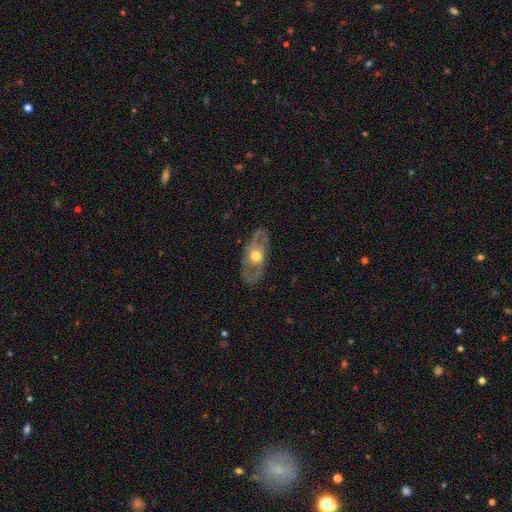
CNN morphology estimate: Smooth or featured: featured or disk — 65% (smooth — 29%)
Edge-on disk: no — 81% (yes — 19%)
Bar: no — 79% (weak — 17%)
Spiral arms: no — 54% (yes — 46%)
Bulge size: moderate — 69% (large — 19%)
Merging: none — 79% (minor disturbance — 14%)